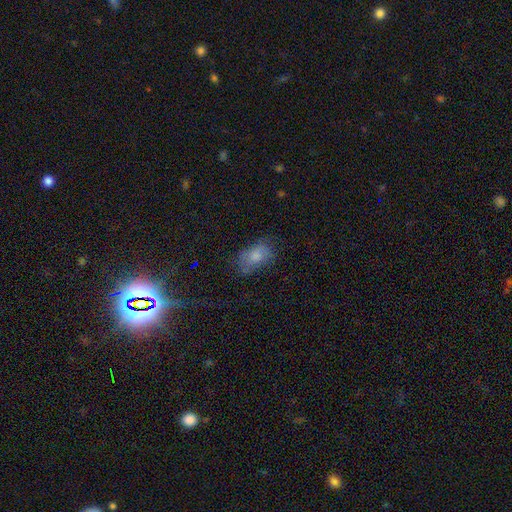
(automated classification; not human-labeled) This appears to be a smooth galaxy with no disk features (61%) that is in between round and cigar-shaped (85%). Merging: none (61%).